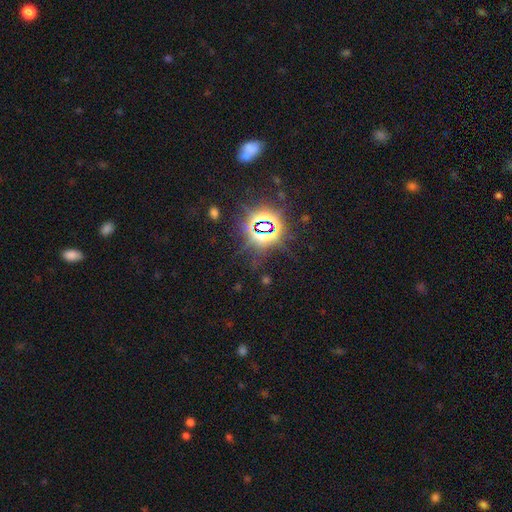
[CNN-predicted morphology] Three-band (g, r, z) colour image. It shows a star or artifact, not a galaxy (82%).